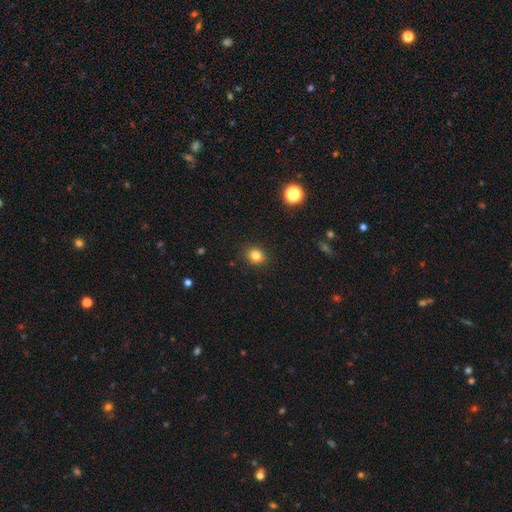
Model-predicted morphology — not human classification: A smooth galaxy with no disk features (82%) that is round (68%). Merging: none (89%).